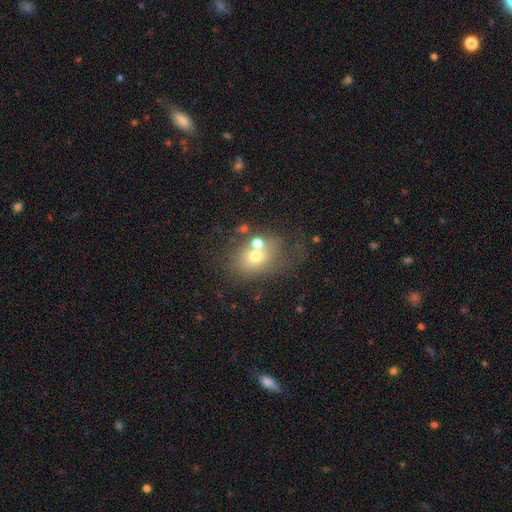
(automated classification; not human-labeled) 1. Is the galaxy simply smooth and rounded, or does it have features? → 60% smooth, 24% featured or disk, 15% star or artifact.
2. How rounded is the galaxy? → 50% round, 49% in between, 1% cigar-shaped.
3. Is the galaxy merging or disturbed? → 42% none, 31% merger, 15% minor disturbance, 12% major disturbance.